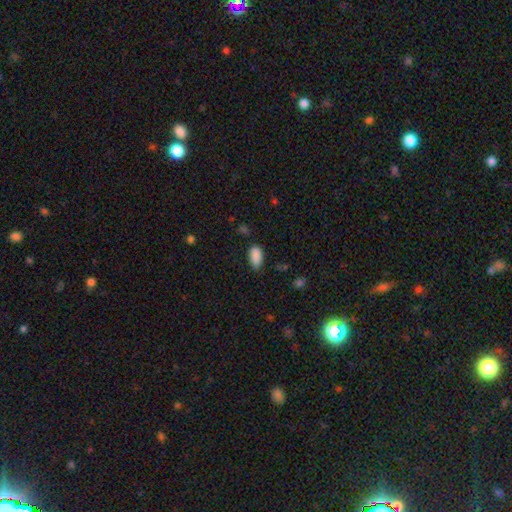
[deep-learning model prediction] Smooth or featured? Predicted: smooth (p=0.89). How rounded? Predicted: in between (p=0.92). Merging? Predicted: none (p=0.75).